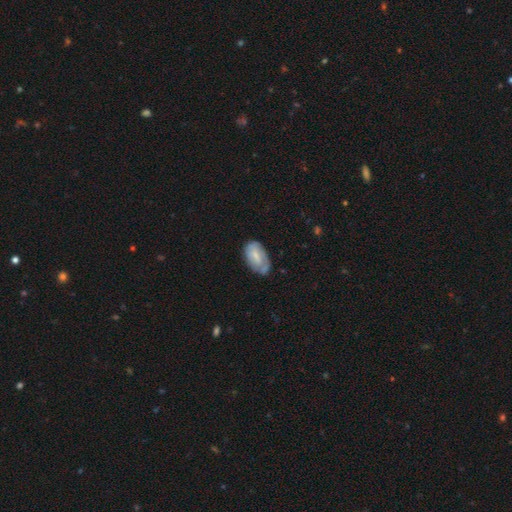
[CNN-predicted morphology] Overall: smooth (56%; featured or disk 38%). How rounded: in between (93%). Merging: none (58%; minor disturbance 31%).